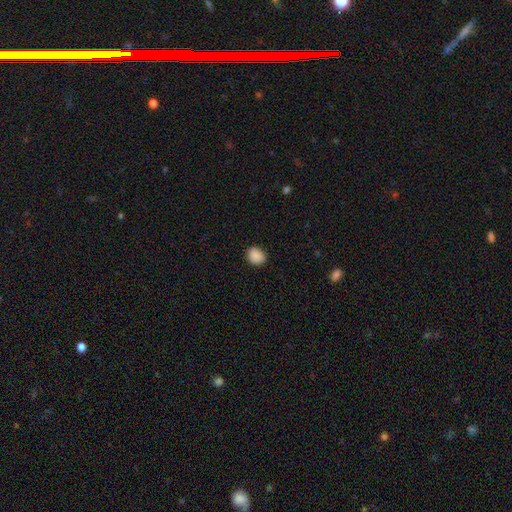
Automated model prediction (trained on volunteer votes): This appears to be a smooth galaxy with no disk features (89%) that is round (60%). Merging: none (82%).